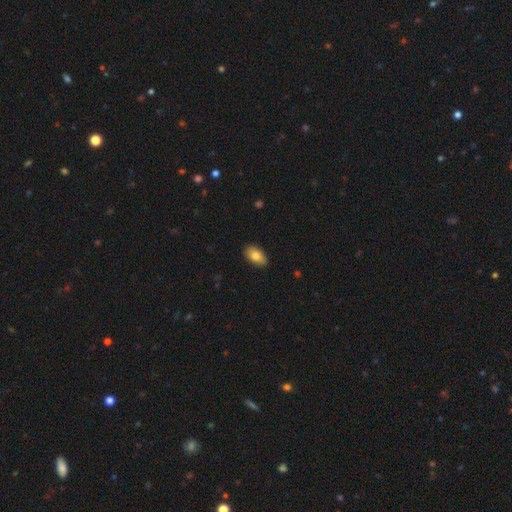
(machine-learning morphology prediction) Q: Smooth or featured?
A: smooth (82%); runner-up: featured or disk (11%)
Q: How rounded?
A: in between (93%); runner-up: round (5%)
Q: Merging?
A: none (88%); runner-up: minor disturbance (9%)